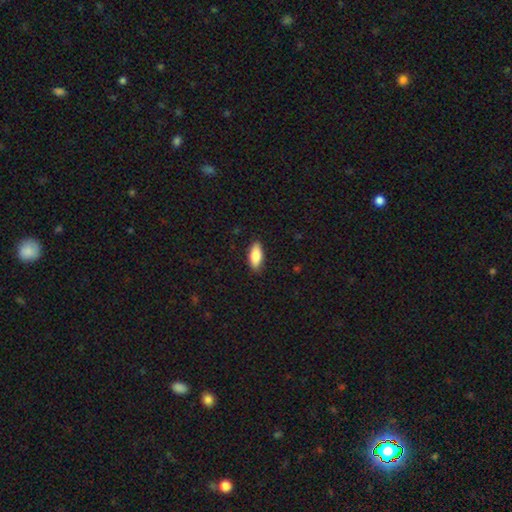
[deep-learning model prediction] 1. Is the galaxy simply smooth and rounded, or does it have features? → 85% smooth, 9% featured or disk, 6% star or artifact.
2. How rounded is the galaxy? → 82% in between, 16% cigar-shaped, 2% round.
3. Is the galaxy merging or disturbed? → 87% none, 10% minor disturbance, 2% major disturbance, 1% merger.